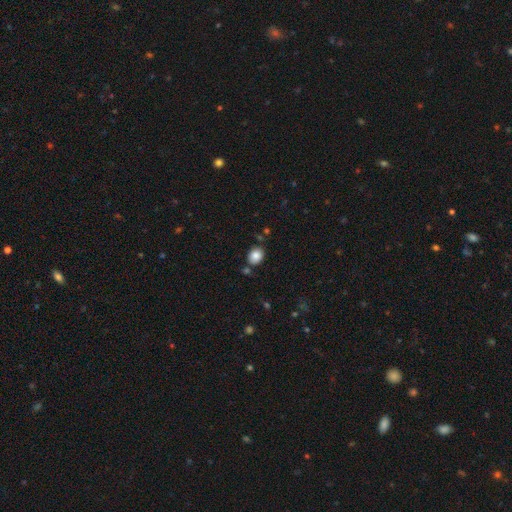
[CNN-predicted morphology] A smooth galaxy with no disk features (85%) that is round (54%).

Vote fractions:
- Smooth or featured? smooth: 85% / star or artifact: 9% / featured or disk: 6%
- How rounded? round: 54% / in between: 46% / cigar-shaped: 1%
- Merging? none: 77% / minor disturbance: 12% / merger: 8% / major disturbance: 3%